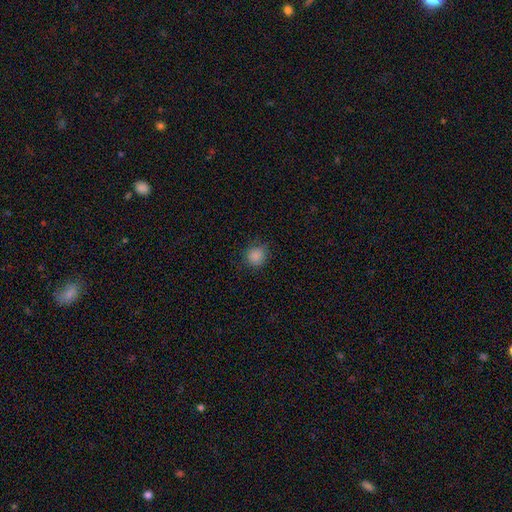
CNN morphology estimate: This is clearly a smooth galaxy (86%). How rounded: clearly round (89%). Merging: clearly none (85%).